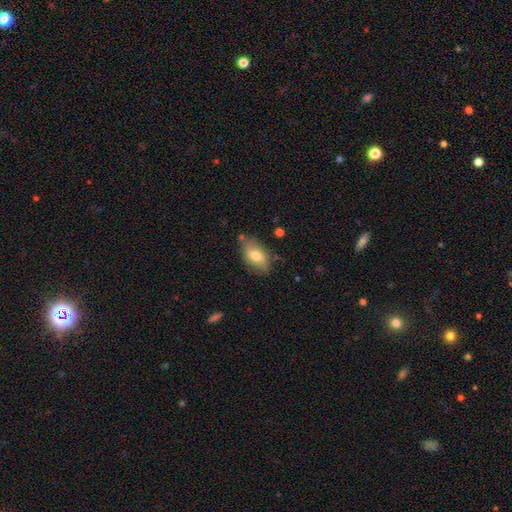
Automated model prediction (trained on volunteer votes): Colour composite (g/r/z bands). It shows a smooth galaxy with no disk features (72%) that is in between round and cigar-shaped (91%). Merging: none (73%).